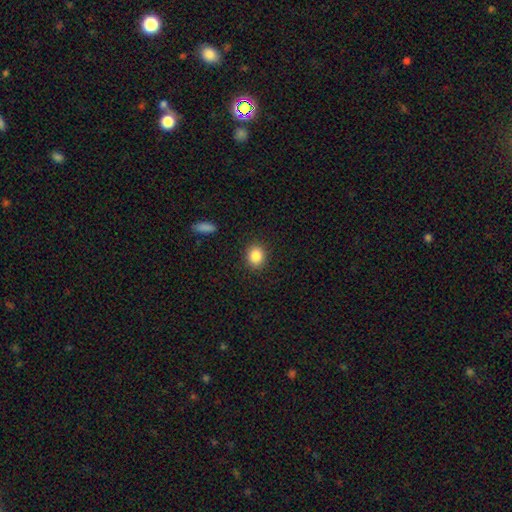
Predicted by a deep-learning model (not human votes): smooth 86%, star or artifact 9%, featured or disk 5%. Down the decision tree: how rounded — round (73%); merging — none (90%).